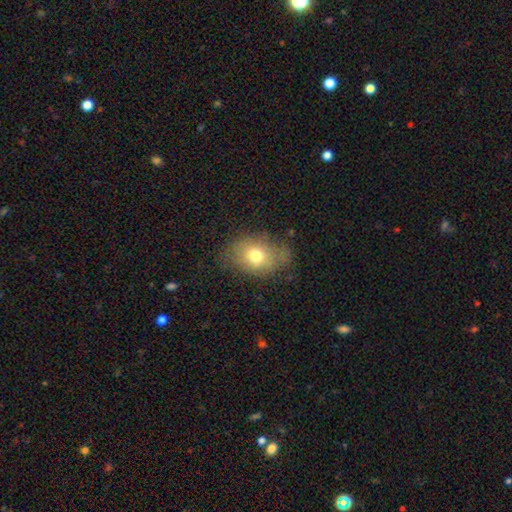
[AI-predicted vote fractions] This appears to be a smooth galaxy with no disk features (71%) that is in between round and cigar-shaped (69%). Merging: none (68%).